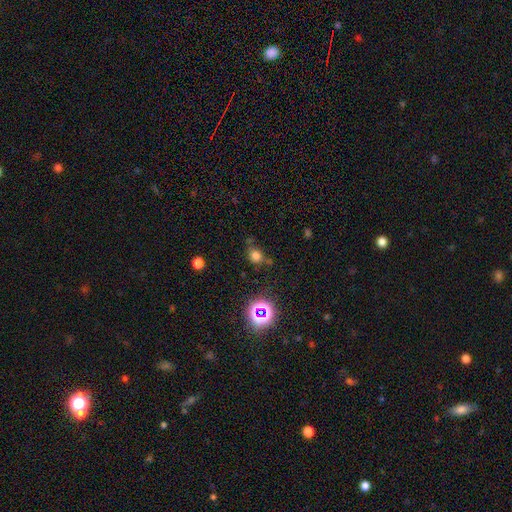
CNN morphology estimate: A smooth galaxy with no disk features (70%) that is round (66%). Merging: none (65%).